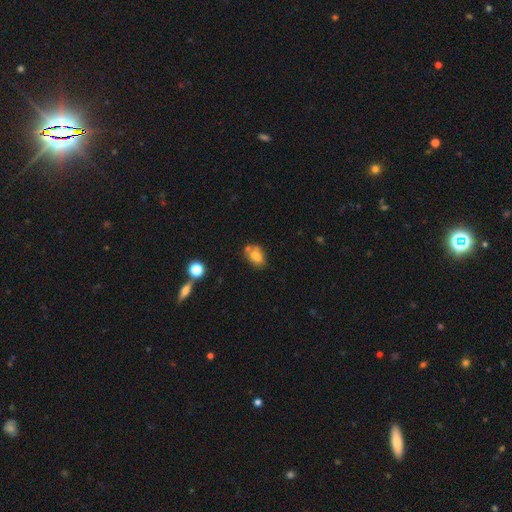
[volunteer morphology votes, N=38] type=smooth (68%); roundness=in between (88%); merging=merger (43%).